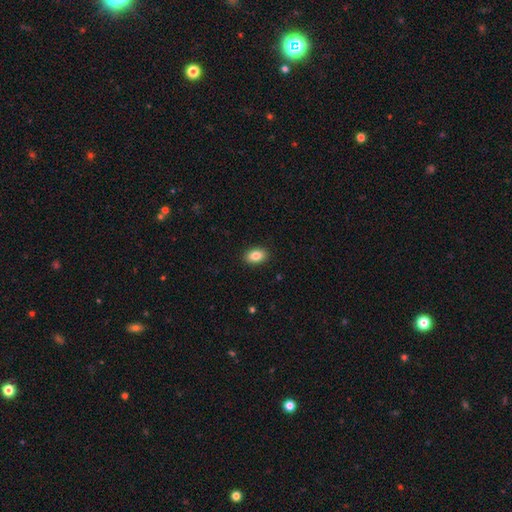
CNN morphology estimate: Overall: smooth (85%). How rounded: in between (86%). Merging: none (90%).